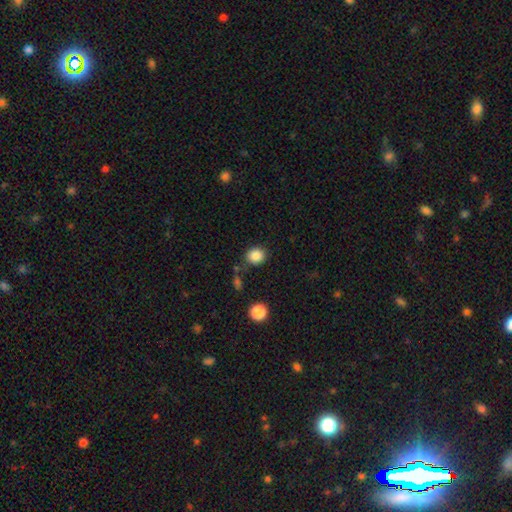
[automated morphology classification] The model was most divided on "how rounded": round: 77%, in between: 23%, cigar-shaped: 1%. More confident: smooth or featured — smooth (85%); merging — none (79%).